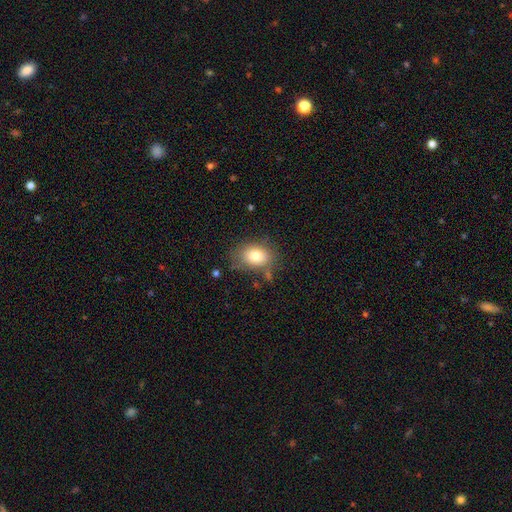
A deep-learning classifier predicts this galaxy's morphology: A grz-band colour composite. It shows a smooth galaxy with no disk features (79%) that is in between round and cigar-shaped (73%). Merging: none (71%).